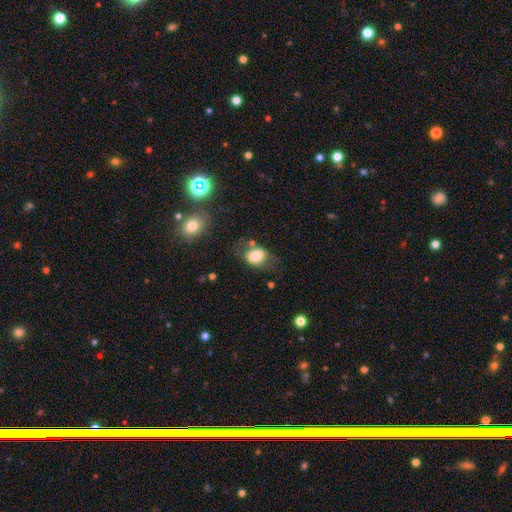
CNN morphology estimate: This is likely a smooth galaxy (75%). How rounded: likely in between (63%). Merging: possibly none (56%).